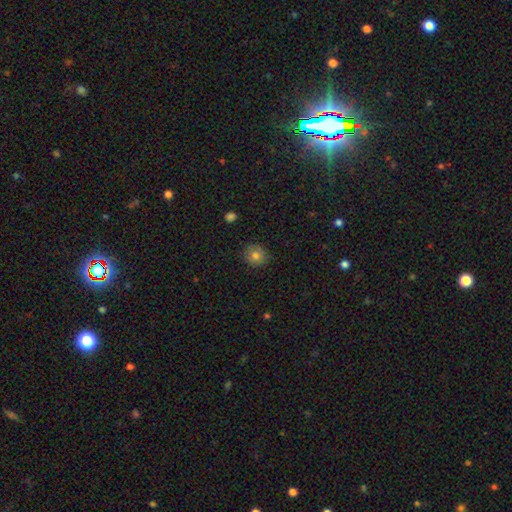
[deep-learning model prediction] The model was most divided on "smooth or featured": smooth: 79%, star or artifact: 11%, featured or disk: 10%. More confident: how rounded — round (86%); merging — none (85%).